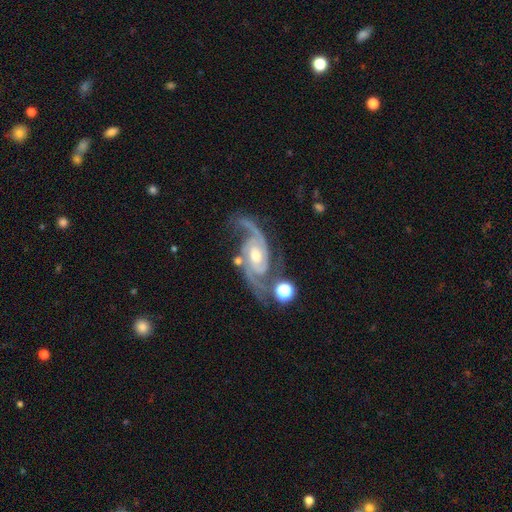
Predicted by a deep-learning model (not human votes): This appears to be a featured or disk galaxy (92%) with no bar (50%), 2 (86%) medium (56%) spiral arms (98%) and a moderate central bulge (62%). Merging: none (66%).